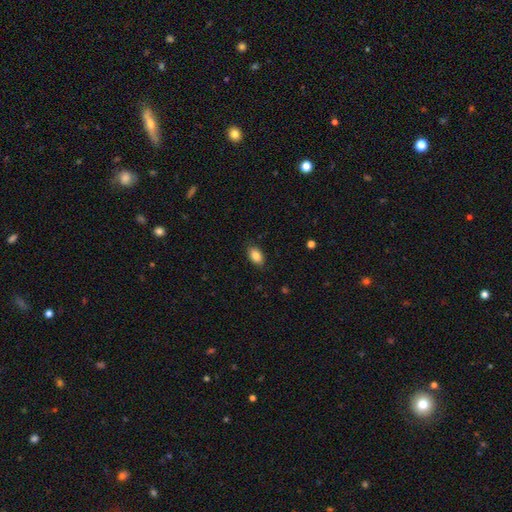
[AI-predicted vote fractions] smooth_or_featured: smooth (p=0.87) [alt: star or artifact p=0.08]
how_rounded: in between (p=0.89) [alt: round p=0.10]
merging: none (p=0.85) [alt: minor disturbance p=0.11]